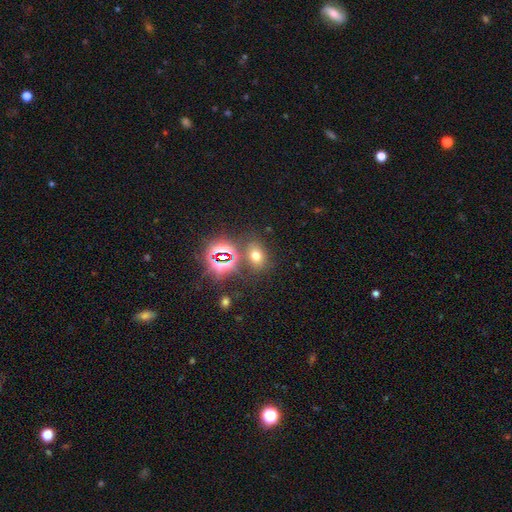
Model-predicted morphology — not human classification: smooth_or_featured: smooth (p=0.58) [alt: star or artifact p=0.33]
how_rounded: in between (p=0.62) [alt: round p=0.37]
merging: none (p=0.74) [alt: merger p=0.11]